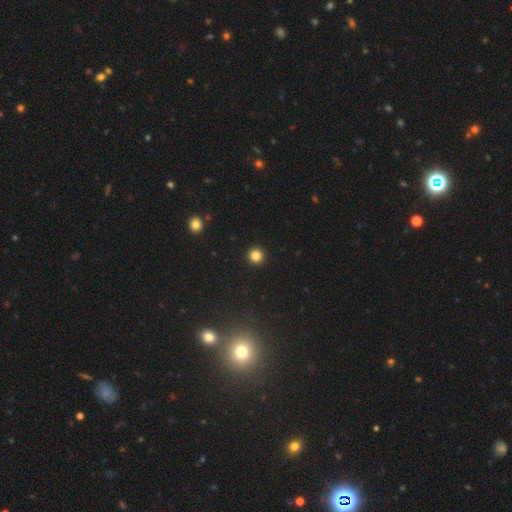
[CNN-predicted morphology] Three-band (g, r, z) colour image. It shows a smooth galaxy with no disk features (84%) that is round (96%). Merging: none (94%).